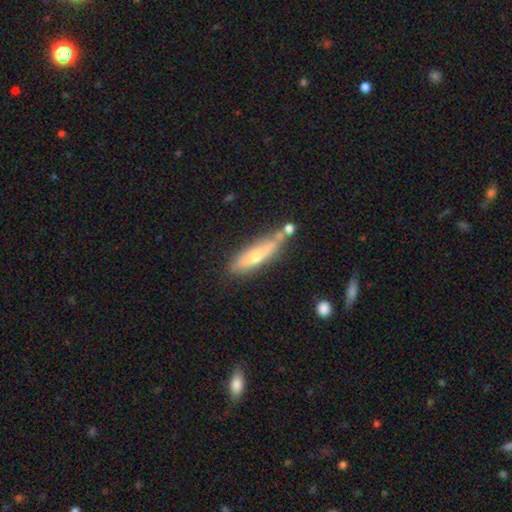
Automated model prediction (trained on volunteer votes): featured or disk 48%, smooth 45%, star or artifact 7%. Down the decision tree: merging — none (65%).